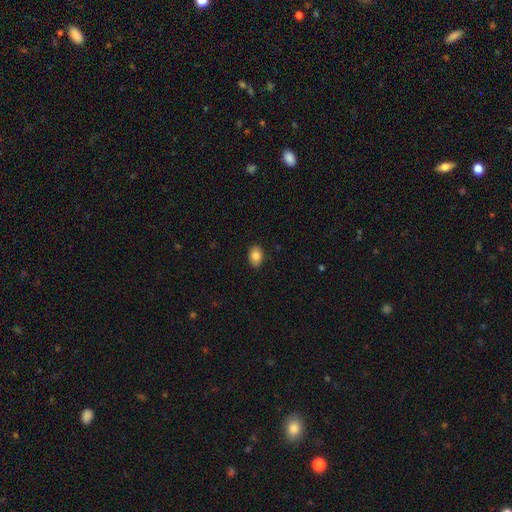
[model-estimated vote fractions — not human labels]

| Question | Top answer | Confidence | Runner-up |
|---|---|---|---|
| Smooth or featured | smooth | 85% | star or artifact (8%) |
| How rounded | in between | 80% | round (19%) |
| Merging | none | 89% | minor disturbance (8%) |